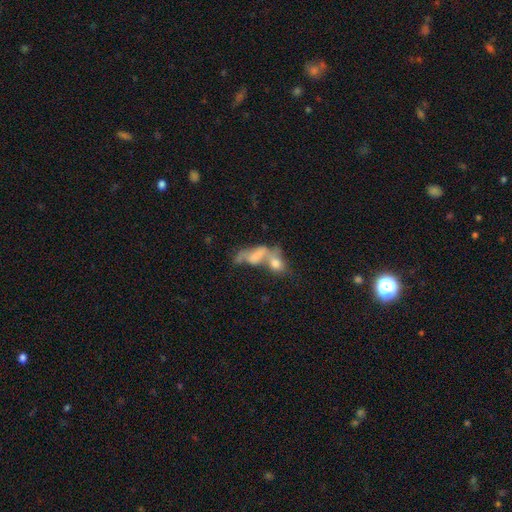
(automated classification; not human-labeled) A smooth galaxy with no disk features (57%) that is in between round and cigar-shaped (76%).

Vote fractions:
- Smooth or featured? smooth: 57% / featured or disk: 32% / star or artifact: 11%
- How rounded? in between: 76% / cigar-shaped: 16% / round: 8%
- Merging? merger: 66% / none: 15% / major disturbance: 11% / minor disturbance: 8%